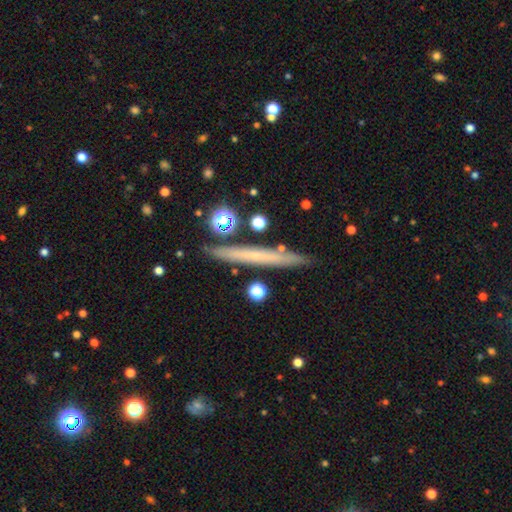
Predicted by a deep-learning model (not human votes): This appears to be a smooth galaxy with no disk features (46%). Merging: none (87%).